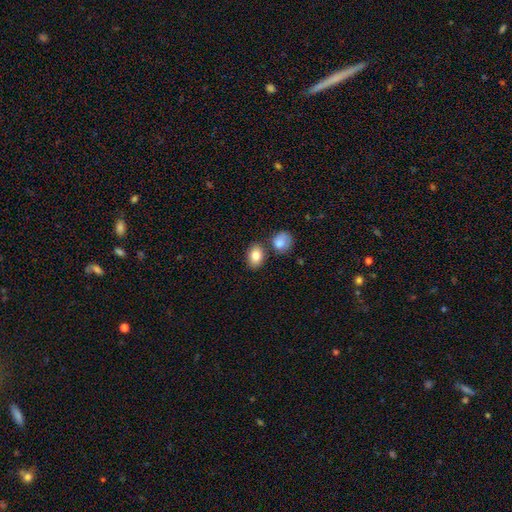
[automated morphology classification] The model was most divided on "merging": none: 69%, merger: 16%, minor disturbance: 11%, major disturbance: 3%. More confident: smooth or featured — smooth (83%); how rounded — in between (77%).